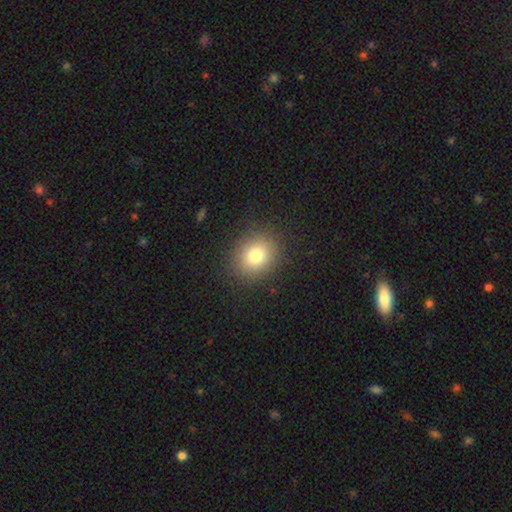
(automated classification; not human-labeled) This is clearly a smooth galaxy (81%). How rounded: likely round (65%). Merging: clearly none (88%).